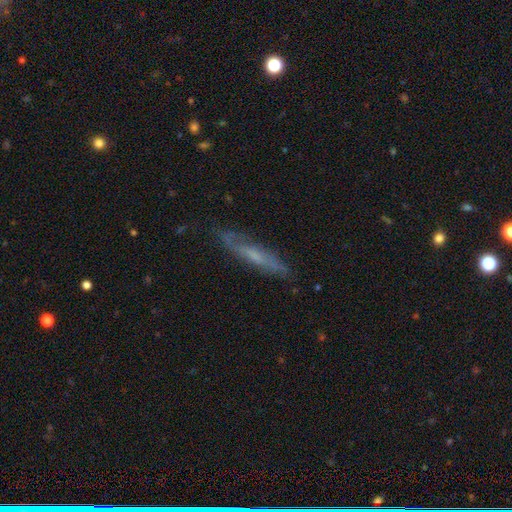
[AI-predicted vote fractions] Q: Smooth or featured?
A: featured or disk (58%); runner-up: smooth (35%)
Q: Edge-on disk?
A: yes (63%); runner-up: no (37%)
Q: Merging?
A: none (75%); runner-up: minor disturbance (19%)